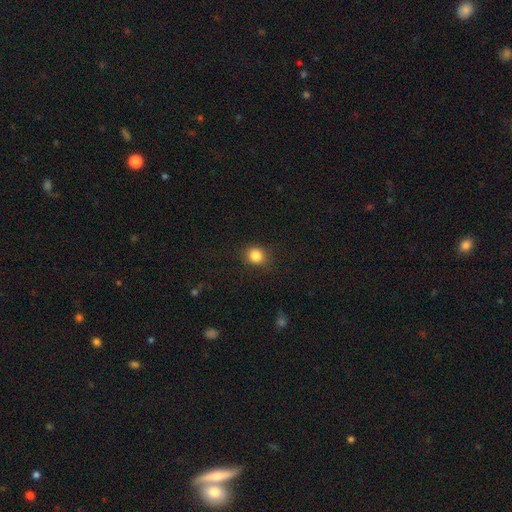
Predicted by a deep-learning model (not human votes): This appears to be a smooth galaxy with no disk features (84%) that is round (80%). Merging: none (85%).